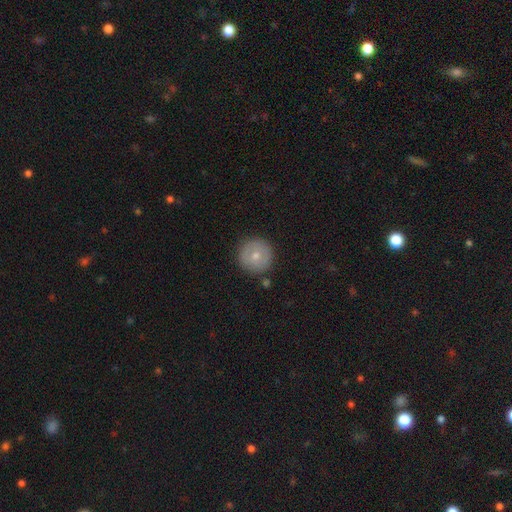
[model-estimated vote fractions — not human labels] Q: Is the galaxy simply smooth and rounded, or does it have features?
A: smooth — 68%.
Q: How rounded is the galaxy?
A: round — 96%.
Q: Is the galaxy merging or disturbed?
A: none — 87%.